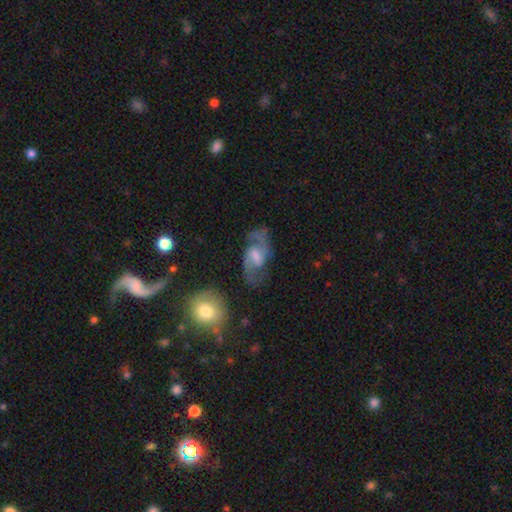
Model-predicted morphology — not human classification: Q: Smooth or featured?
A: featured or disk (83%); runner-up: smooth (11%)
Q: Edge-on disk?
A: no (96%); runner-up: yes (4%)
Q: Bar?
A: weak (57%); runner-up: no (23%)
Q: Spiral arms?
A: yes (94%); runner-up: no (6%)
Q: Spiral winding?
A: medium (50%); runner-up: loose (39%)
Q: Spiral arm count?
A: 2 (92%); runner-up: can't tell (3%)
Q: Bulge size?
A: moderate (40%); runner-up: small (36%)
Q: Merging?
A: none (73%); runner-up: minor disturbance (16%)